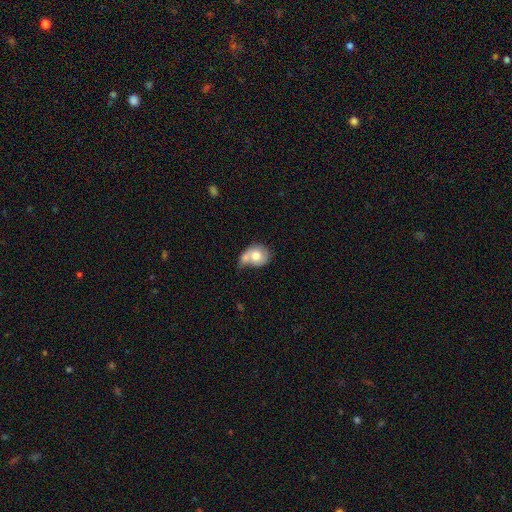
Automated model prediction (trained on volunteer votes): The model was most divided on "merging": merger: 51%, none: 23%, minor disturbance: 16%, major disturbance: 10%. More confident: smooth or featured — smooth (68%); how rounded — round (64%).